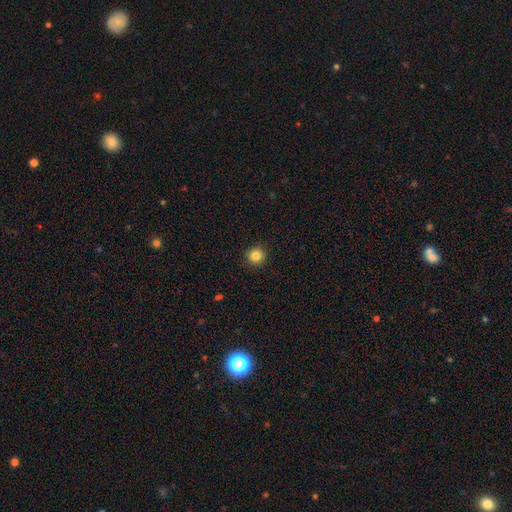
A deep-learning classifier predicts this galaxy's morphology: smooth-or-featured: smooth: 84% | star or artifact: 11% | featured or disk: 5%
  how-rounded: round: 94% | in between: 5% | cigar-shaped: 1%
  merging: none: 92% | minor disturbance: 5% | major disturbance: 2% | merger: 1%